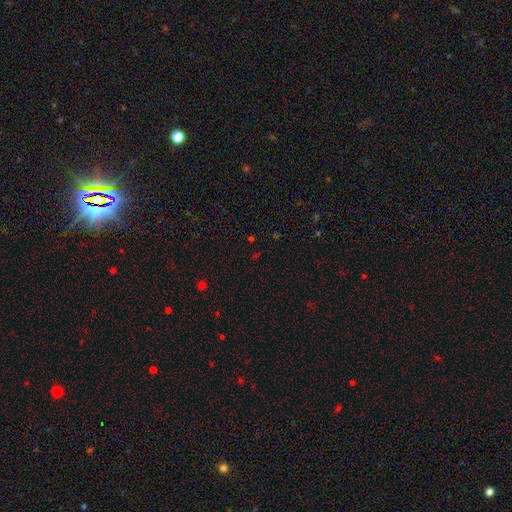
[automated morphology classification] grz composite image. It shows a star or artifact, not a galaxy (64%).